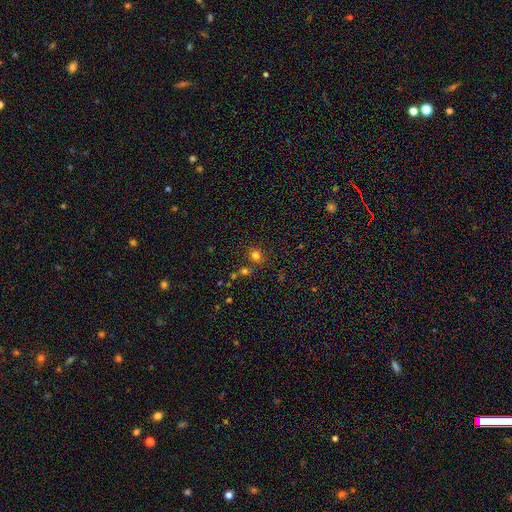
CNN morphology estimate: Smooth or featured? smooth (75%)
How rounded? round (82%)
Merging? none (73%)